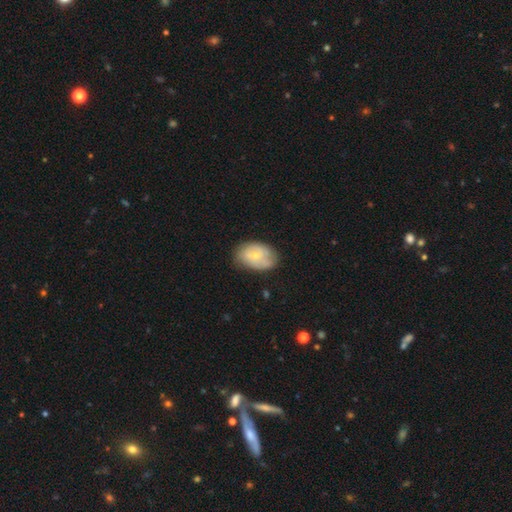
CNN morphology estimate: Smooth or featured? smooth (52%)
How rounded? in between (82%)
Merging? none (66%)